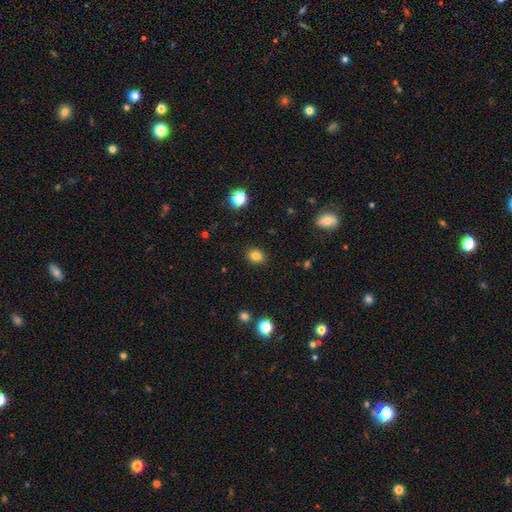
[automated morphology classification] The model was most divided on "how rounded": round: 53%, in between: 46%, cigar-shaped: 1%. More confident: merging — none (89%); smooth or featured — smooth (82%).